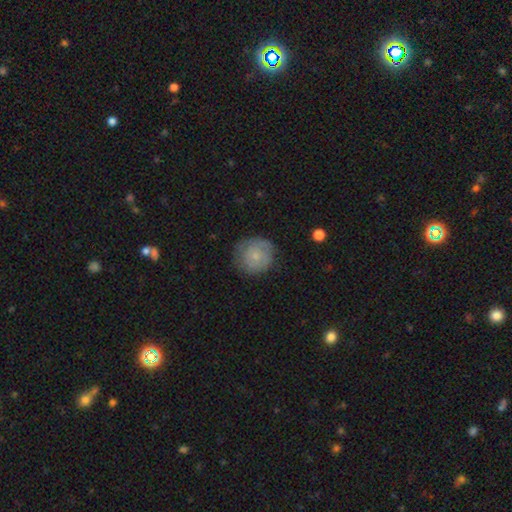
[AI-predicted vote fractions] A smooth galaxy with no disk features (59%) that is round (89%). Merging: none (69%).